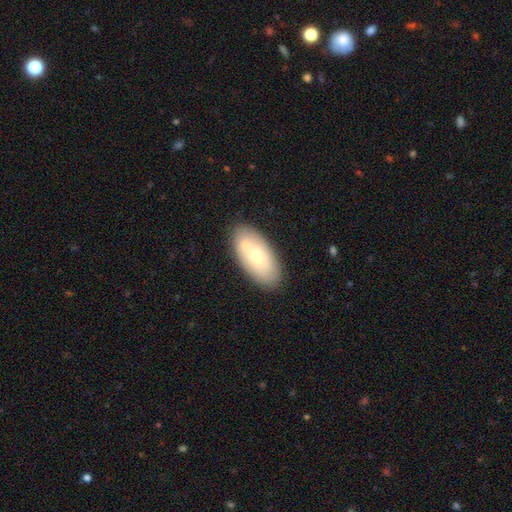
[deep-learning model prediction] Smooth or featured?
  - smooth: 59% *
  - featured or disk: 33%
  - star or artifact: 7%
How rounded?
  - in between: 92% *
  - cigar-shaped: 5%
  - round: 4%
Merging?
  - none: 72% *
  - merger: 14%
  - minor disturbance: 11%
  - major disturbance: 3%